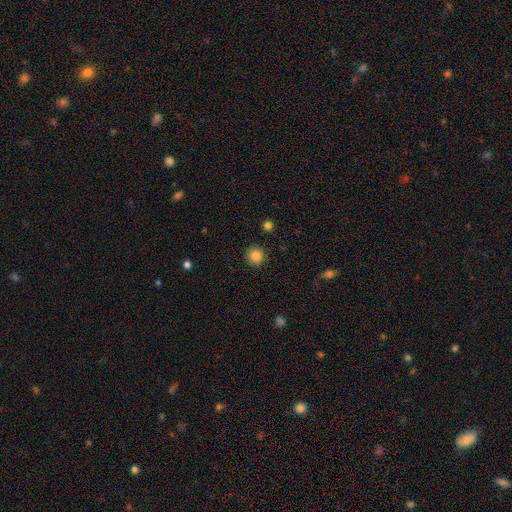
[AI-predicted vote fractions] A smooth galaxy with no disk features (85%) that is round (95%).

Vote fractions:
- Smooth or featured? smooth: 85% / star or artifact: 11% / featured or disk: 4%
- How rounded? round: 95% / in between: 4% / cigar-shaped: 1%
- Merging? none: 92% / minor disturbance: 5% / major disturbance: 2% / merger: 1%